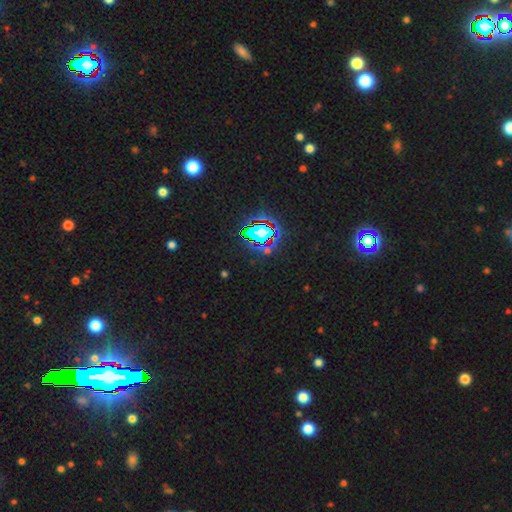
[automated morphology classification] A star or artifact, not a galaxy (81%).